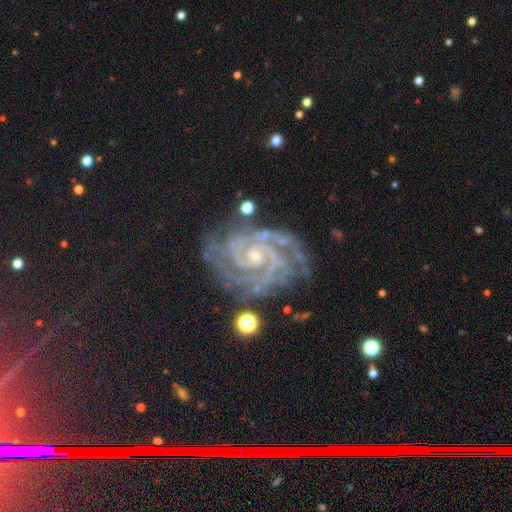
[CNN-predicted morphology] Smooth or featured? featured or disk (92%)
Edge-on disk? no (98%)
Bar? no (65%)
Spiral arms? yes (99%)
Spiral winding? tight (77%)
Spiral arm count? 2 (39%)
Bulge size? small (71%)
Merging? none (71%)